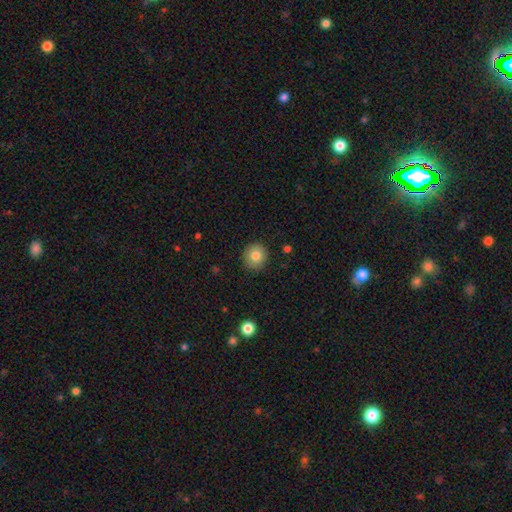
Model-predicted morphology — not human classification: type=smooth (81%); roundness=round (89%); merging=none (89%).